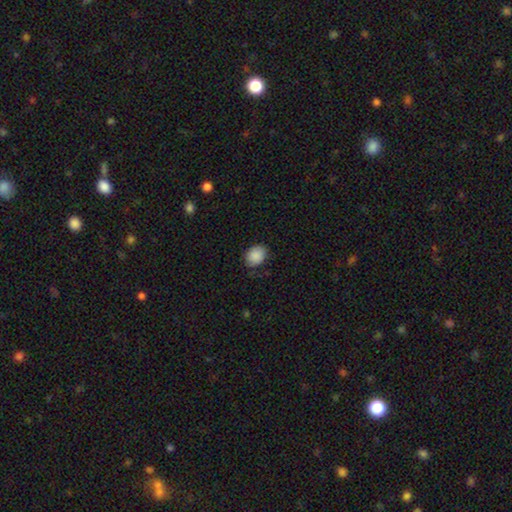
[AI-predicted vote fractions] smooth 88%, star or artifact 7%, featured or disk 5%. Down the decision tree: how rounded — in between (60%); merging — none (74%).